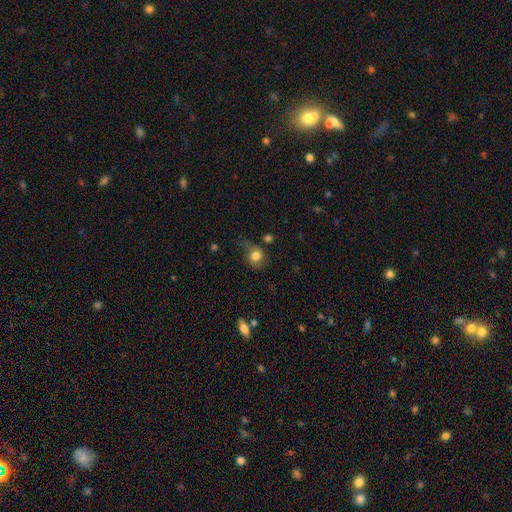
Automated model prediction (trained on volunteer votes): This is likely a smooth galaxy (79%). How rounded: likely round (71%). Merging: possibly none (53%).